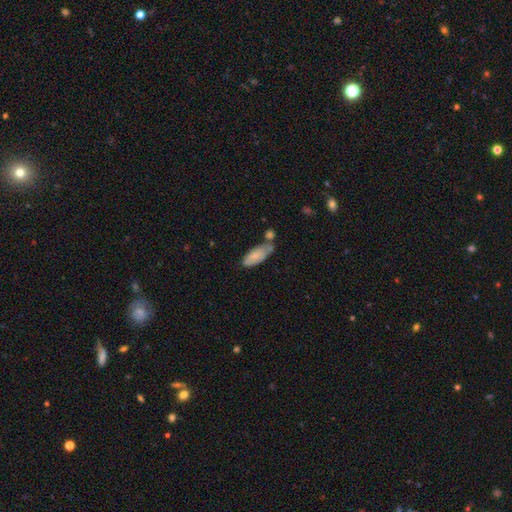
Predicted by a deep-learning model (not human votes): Smooth or featured?
  - smooth: 74% *
  - featured or disk: 19%
  - star or artifact: 7%
How rounded?
  - in between: 77% *
  - cigar-shaped: 21%
  - round: 2%
Merging?
  - none: 42% *
  - merger: 28%
  - minor disturbance: 23%
  - major disturbance: 7%